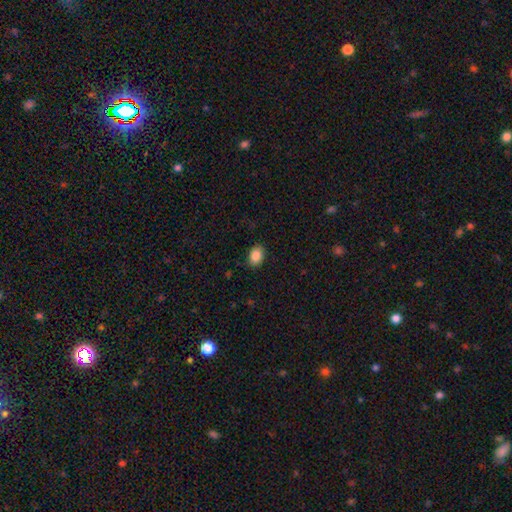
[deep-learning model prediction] Smooth or featured: smooth — 87% (star or artifact — 8%)
How rounded: in between — 70% (round — 29%)
Merging: none — 86% (minor disturbance — 10%)